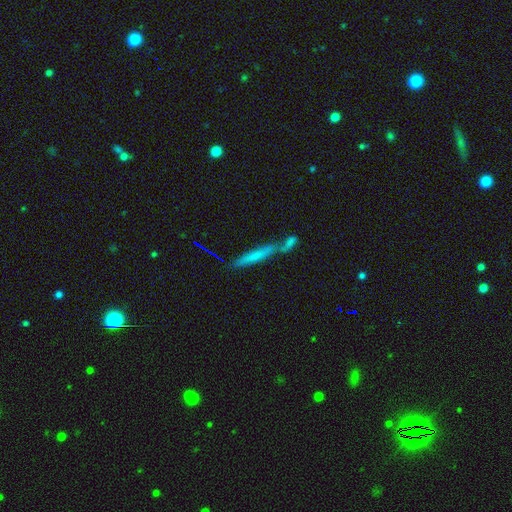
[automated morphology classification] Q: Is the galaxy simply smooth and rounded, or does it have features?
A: smooth — 54%.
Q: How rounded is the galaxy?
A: cigar-shaped — 92%.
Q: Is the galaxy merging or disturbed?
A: none — 42%.